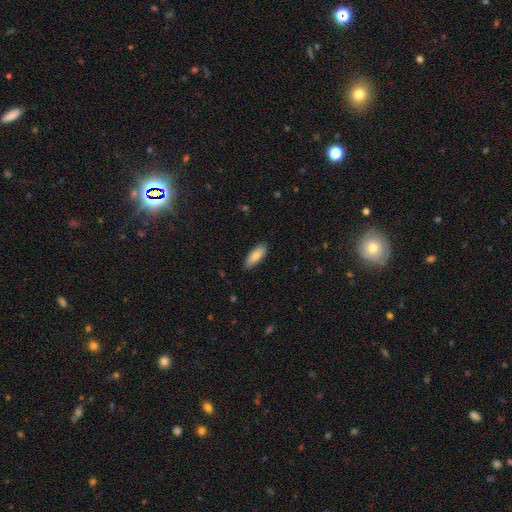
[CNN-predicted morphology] This is clearly a smooth galaxy (83%). How rounded: likely in between (70%). Merging: clearly none (88%).